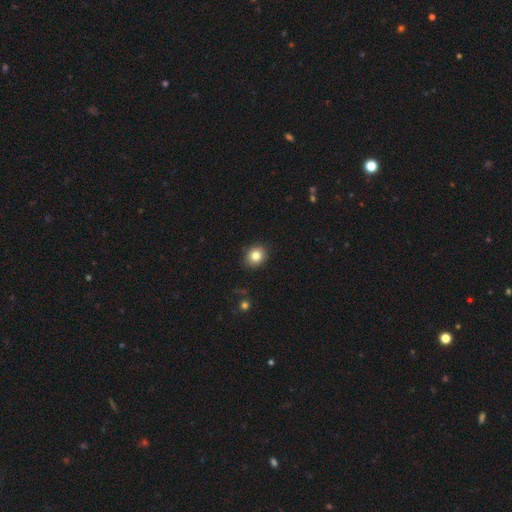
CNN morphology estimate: smooth 83%, star or artifact 10%, featured or disk 7%. Down the decision tree: how rounded — round (66%); merging — none (89%).